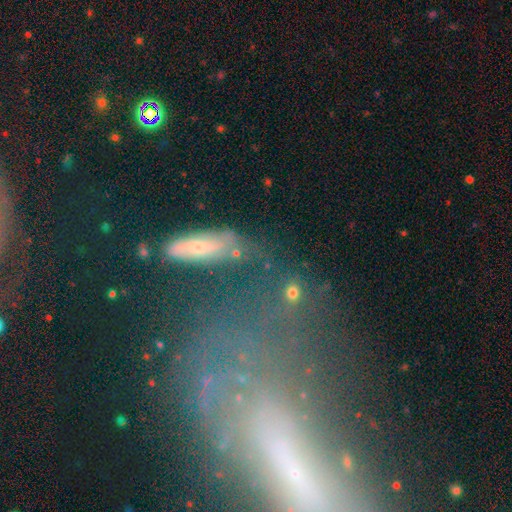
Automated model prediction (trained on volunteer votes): Smooth or featured? featured or disk (46%)
Merging? none (45%)